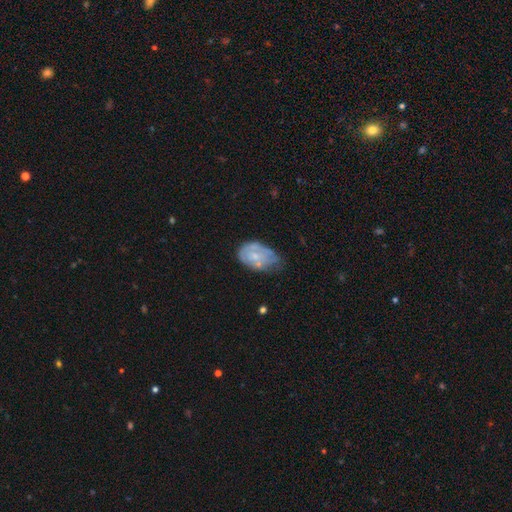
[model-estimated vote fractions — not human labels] This appears to be a featured or disk galaxy (47%). Merging: minor disturbance (43%).